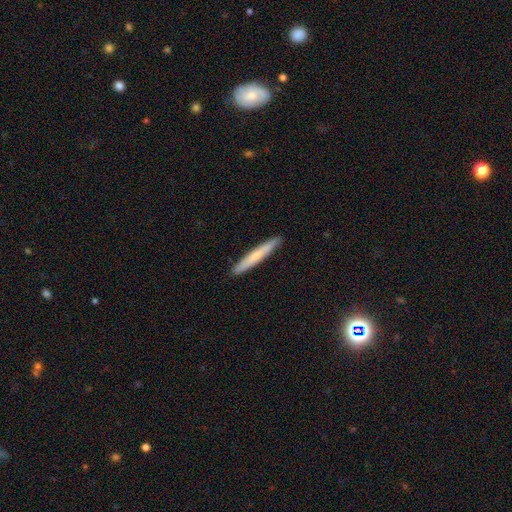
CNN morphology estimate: A smooth galaxy with no disk features (62%) that is cigar-shaped (96%). Merging: none (92%).